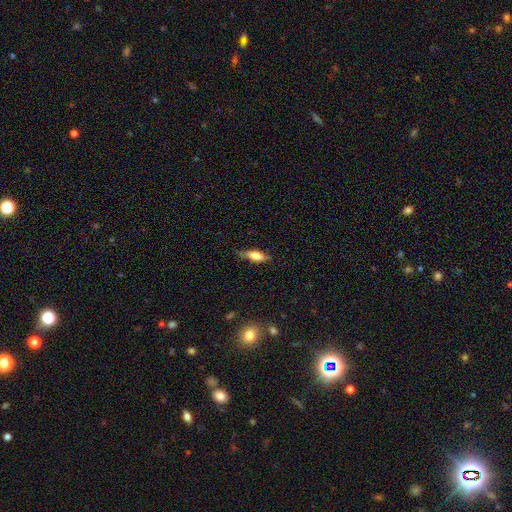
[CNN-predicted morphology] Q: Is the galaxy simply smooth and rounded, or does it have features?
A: smooth — 62%.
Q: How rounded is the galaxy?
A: cigar-shaped — 50%.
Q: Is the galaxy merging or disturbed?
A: none — 77%.